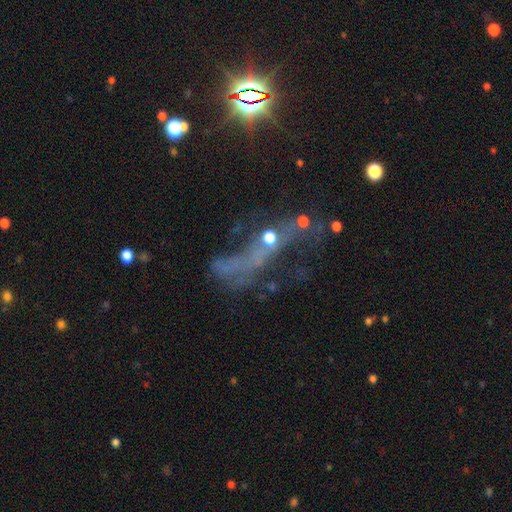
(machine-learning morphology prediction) smooth-or-featured: featured or disk: 48% | star or artifact: 31% | smooth: 20%
  merging: major disturbance: 43% | none: 27% | merger: 17% | minor disturbance: 13%